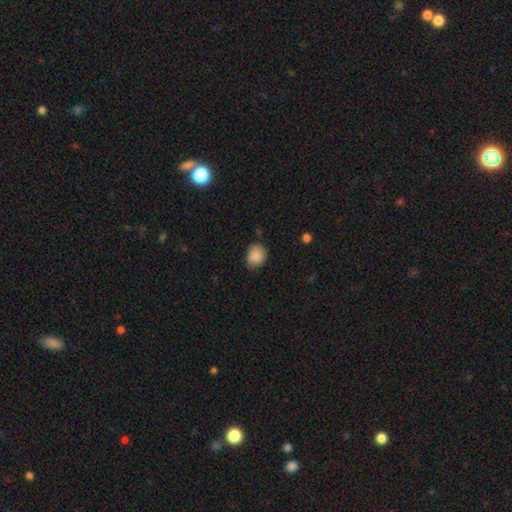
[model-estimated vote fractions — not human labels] Q: Smooth or featured?
A: smooth (86%); runner-up: star or artifact (8%)
Q: How rounded?
A: round (60%); runner-up: in between (39%)
Q: Merging?
A: none (68%); runner-up: minor disturbance (26%)